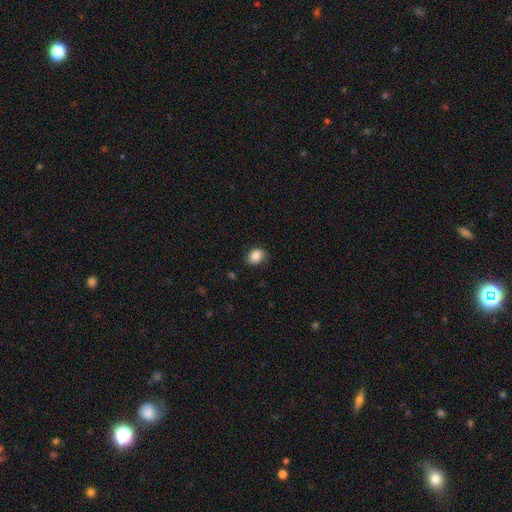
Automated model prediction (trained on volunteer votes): smooth_or_featured: smooth (p=0.85) [alt: star or artifact p=0.08]
how_rounded: in between (p=0.60) [alt: round p=0.39]
merging: none (p=0.80) [alt: minor disturbance p=0.16]